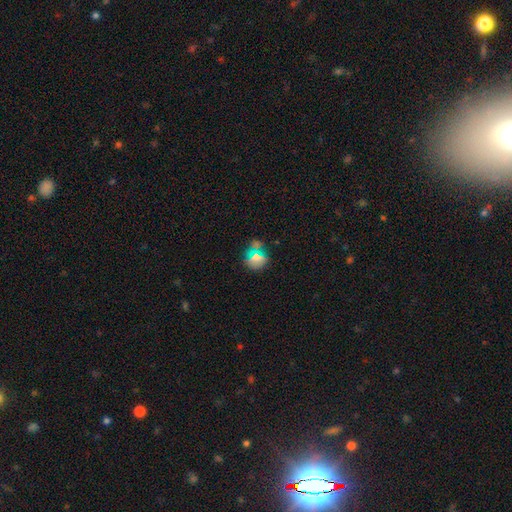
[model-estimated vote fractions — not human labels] Morphology: type=smooth (62%); roundness=round (79%); merging=none (73%).